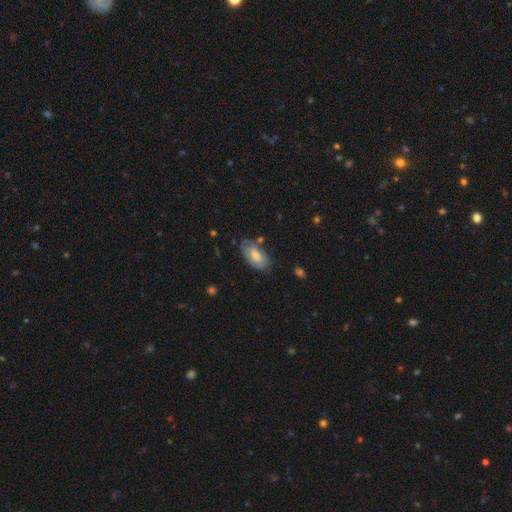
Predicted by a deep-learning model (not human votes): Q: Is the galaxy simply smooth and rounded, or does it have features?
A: smooth — 60%.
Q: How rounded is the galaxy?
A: in between — 93%.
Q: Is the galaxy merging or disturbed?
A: none — 66%.